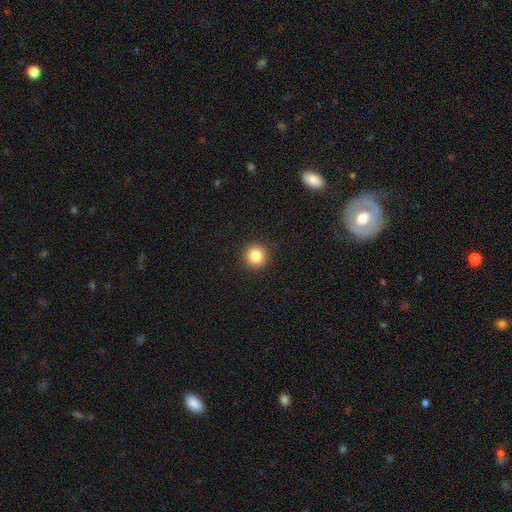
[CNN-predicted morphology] Smooth or featured? Predicted: smooth (p=0.85). How rounded? Predicted: round (p=0.95). Merging? Predicted: none (p=0.93).